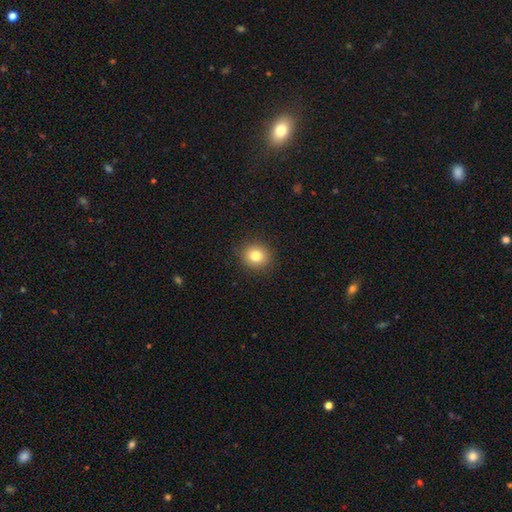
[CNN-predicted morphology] Smooth or featured?
  - smooth: 82% *
  - star or artifact: 11%
  - featured or disk: 8%
How rounded?
  - round: 80% *
  - in between: 19%
  - cigar-shaped: 1%
Merging?
  - none: 90% *
  - minor disturbance: 7%
  - major disturbance: 2%
  - merger: 1%